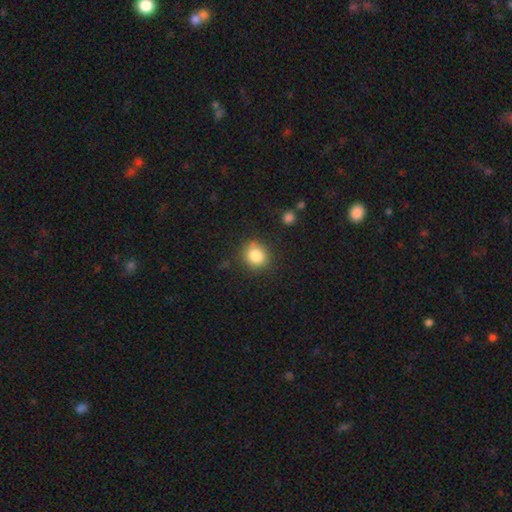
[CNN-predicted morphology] A smooth galaxy with no disk features (84%) that is round (80%).

Vote fractions:
- Smooth or featured? smooth: 84% / star or artifact: 10% / featured or disk: 6%
- How rounded? round: 80% / in between: 19% / cigar-shaped: 1%
- Merging? none: 84% / minor disturbance: 11% / major disturbance: 3% / merger: 2%